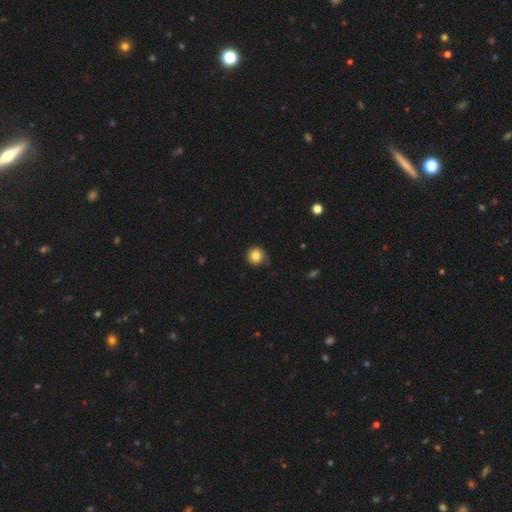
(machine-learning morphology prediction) smooth_or_featured: smooth (p=0.82) [alt: star or artifact p=0.09]
how_rounded: round (p=0.92) [alt: in between p=0.07]
merging: none (p=0.73) [alt: minor disturbance p=0.19]